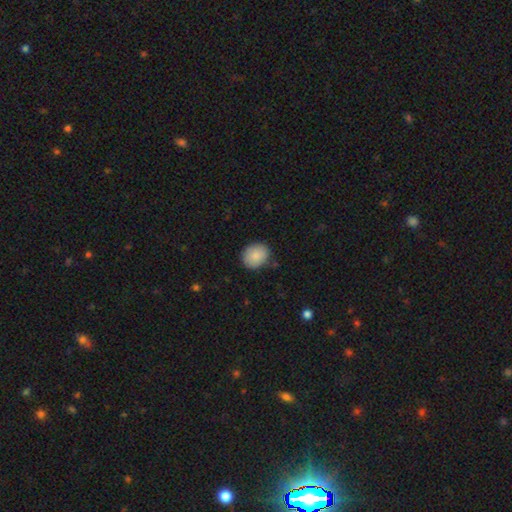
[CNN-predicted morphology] This is clearly a smooth galaxy (87%). How rounded: likely round (62%). Merging: clearly none (83%).